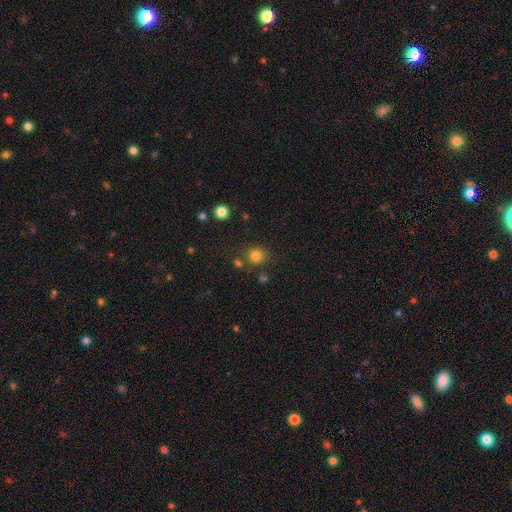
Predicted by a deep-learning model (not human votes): A smooth galaxy with no disk features (79%) that is round (88%). Merging: none (77%).